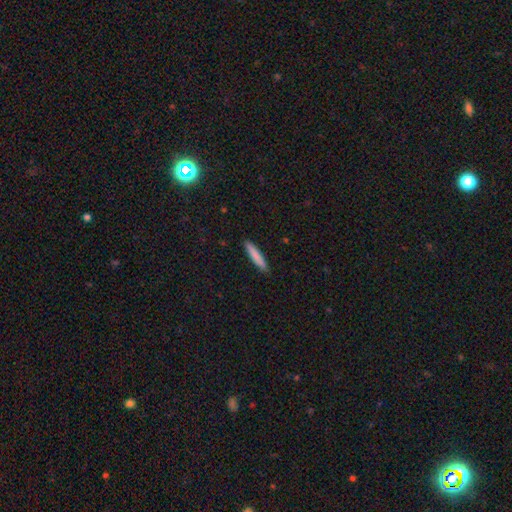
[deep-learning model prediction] smooth 84%, featured or disk 11%, star or artifact 6%. Down the decision tree: how rounded — cigar-shaped (91%); merging — none (91%).